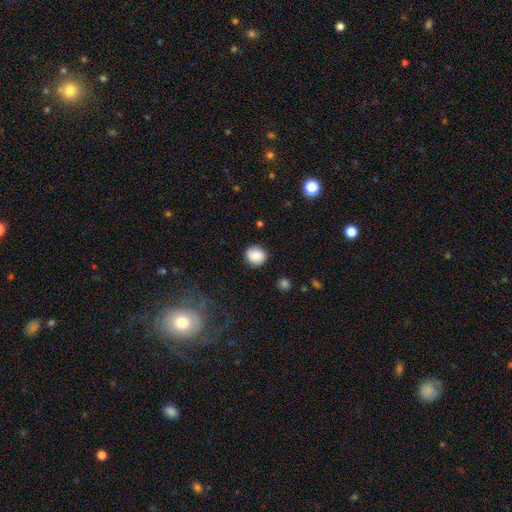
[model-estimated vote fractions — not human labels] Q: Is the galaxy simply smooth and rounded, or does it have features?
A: smooth — 81%.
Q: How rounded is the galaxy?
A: round — 88%.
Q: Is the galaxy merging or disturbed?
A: none — 87%.